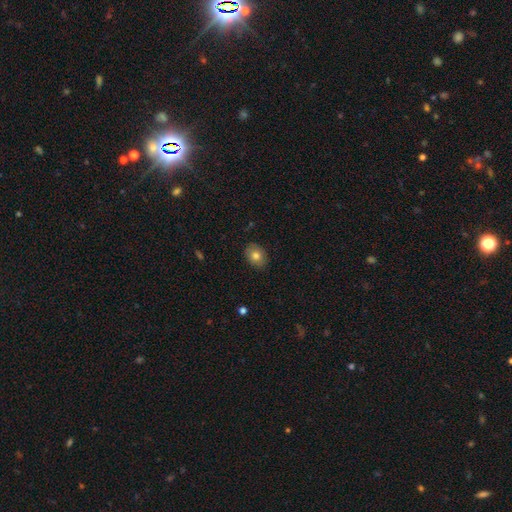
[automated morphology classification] type=smooth (79%); roundness=in between (62%); merging=none (87%).